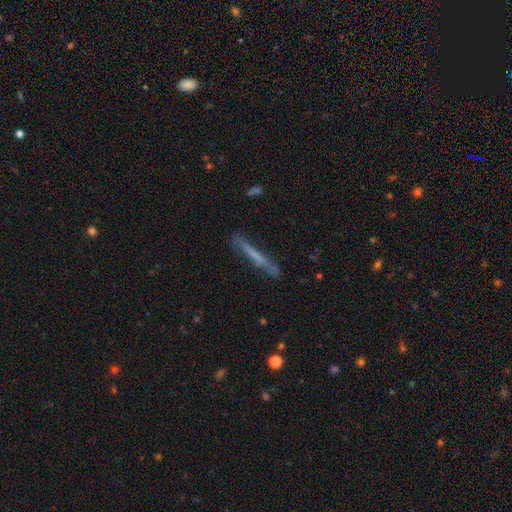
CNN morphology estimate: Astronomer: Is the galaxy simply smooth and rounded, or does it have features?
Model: smooth — 47% (runner-up: featured or disk, 45%).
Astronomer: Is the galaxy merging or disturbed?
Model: none — 79%.